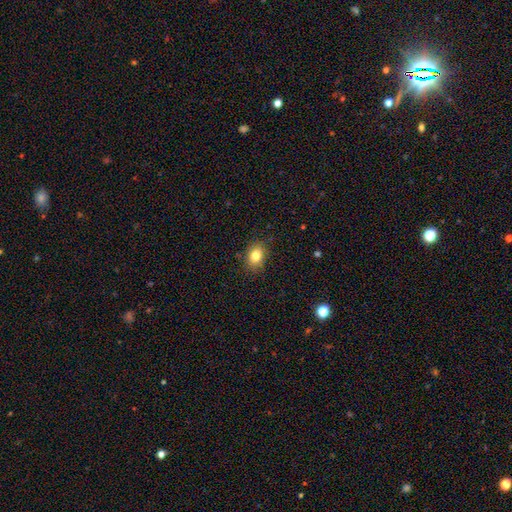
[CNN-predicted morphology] smooth-or-featured: smooth: 82% | star or artifact: 10% | featured or disk: 8%
  how-rounded: in between: 66% | round: 33% | cigar-shaped: 1%
  merging: none: 85% | minor disturbance: 11% | major disturbance: 3% | merger: 1%